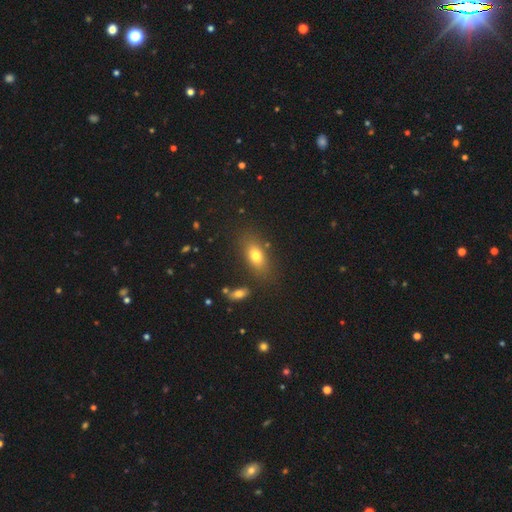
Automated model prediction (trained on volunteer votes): smooth-or-featured: smooth: 76% | featured or disk: 14% | star or artifact: 11%
  how-rounded: in between: 82% | round: 10% | cigar-shaped: 8%
  merging: none: 78% | minor disturbance: 12% | major disturbance: 5% | merger: 5%